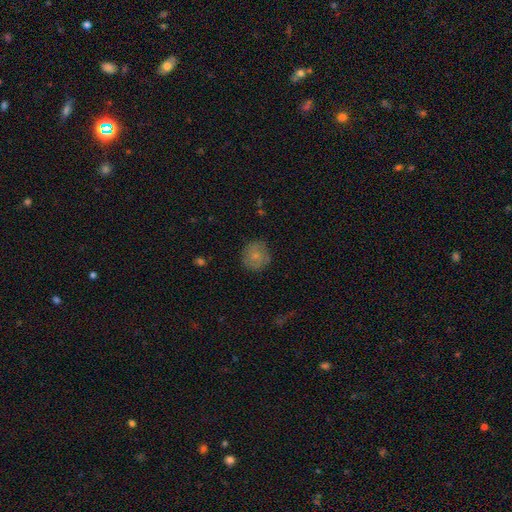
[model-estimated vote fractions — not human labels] Smooth or featured: smooth — 75% (featured or disk — 17%)
How rounded: round — 90% (in between — 9%)
Merging: none — 81% (minor disturbance — 14%)